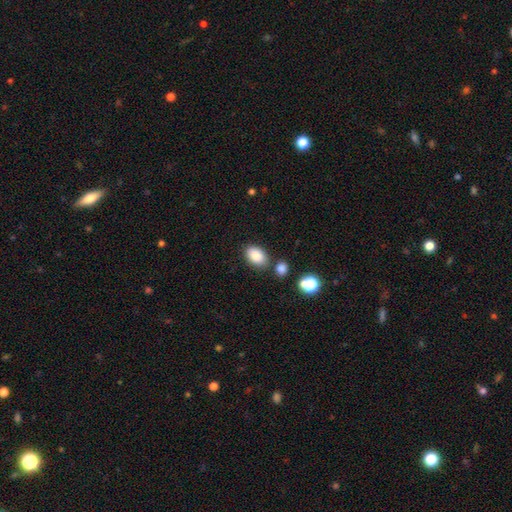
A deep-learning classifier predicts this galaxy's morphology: The model was most divided on "merging": none: 75%, minor disturbance: 12%, merger: 10%, major disturbance: 3%. More confident: smooth or featured — smooth (85%); how rounded — in between (84%).